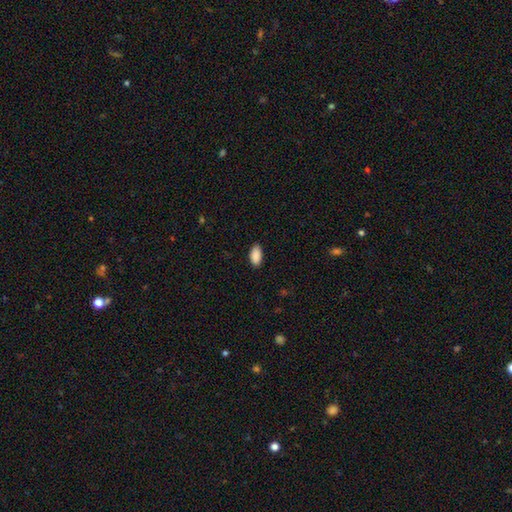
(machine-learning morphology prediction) Overall: smooth (91%). How rounded: in between (94%). Merging: none (87%).